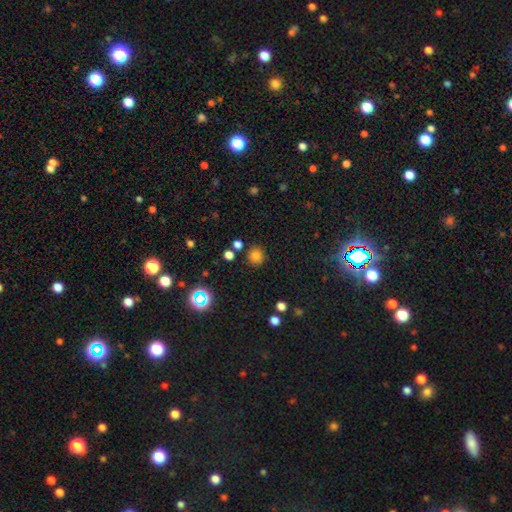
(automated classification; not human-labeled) smooth_or_featured: smooth (p=0.78) [alt: star or artifact p=0.16]
how_rounded: round (p=0.91) [alt: in between p=0.08]
merging: none (p=0.86) [alt: minor disturbance p=0.08]